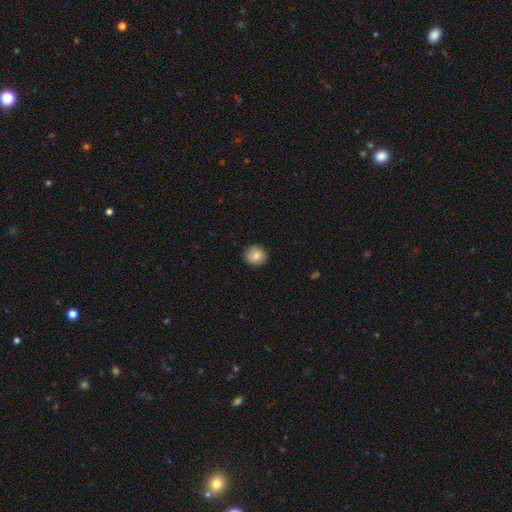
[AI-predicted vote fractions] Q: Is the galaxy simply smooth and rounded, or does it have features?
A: smooth — 81%.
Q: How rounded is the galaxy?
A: round — 90%.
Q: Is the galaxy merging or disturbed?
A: none — 89%.